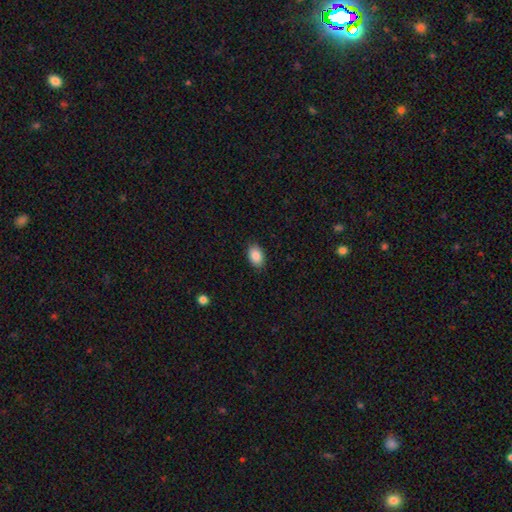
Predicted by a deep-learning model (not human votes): Q: Smooth or featured?
A: smooth (88%); runner-up: star or artifact (7%)
Q: How rounded?
A: in between (86%); runner-up: round (12%)
Q: Merging?
A: none (87%); runner-up: minor disturbance (9%)